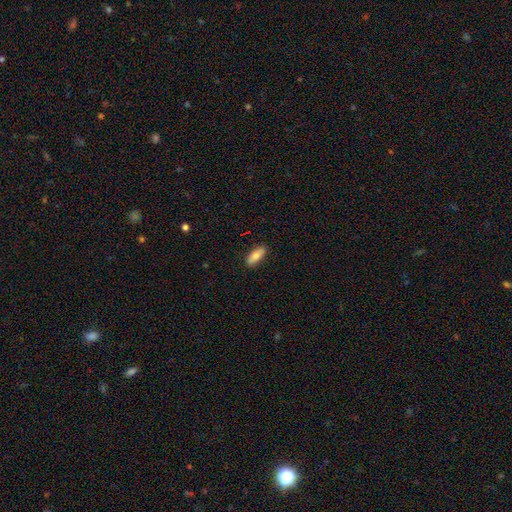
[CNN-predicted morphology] A smooth galaxy with no disk features (73%) that is in between round and cigar-shaped (71%). Merging: none (87%).